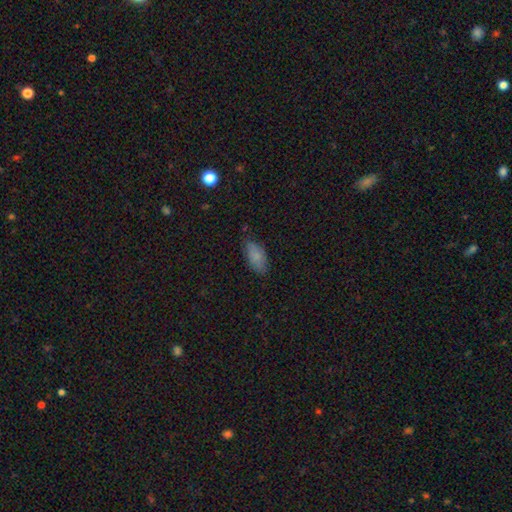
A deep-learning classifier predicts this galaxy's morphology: This appears to be a smooth galaxy with no disk features (83%) that is in between round and cigar-shaped (89%). Merging: none (76%).